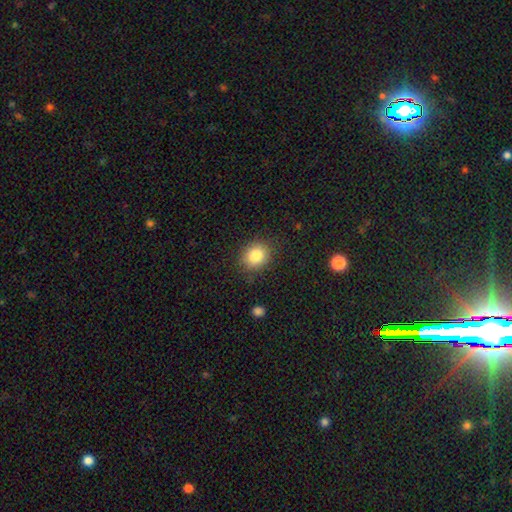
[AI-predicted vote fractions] Smooth or featured: smooth — 84% (star or artifact — 10%)
How rounded: round — 65% (in between — 34%)
Merging: none — 85% (minor disturbance — 10%)